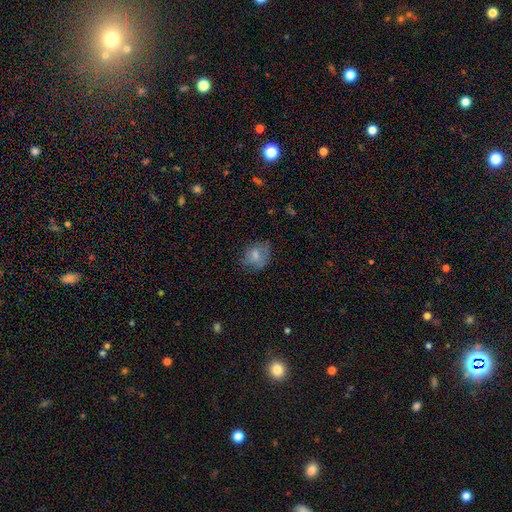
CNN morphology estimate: Q: Smooth or featured?
A: smooth (70%); runner-up: featured or disk (20%)
Q: How rounded?
A: round (55%); runner-up: in between (44%)
Q: Merging?
A: none (61%); runner-up: minor disturbance (25%)